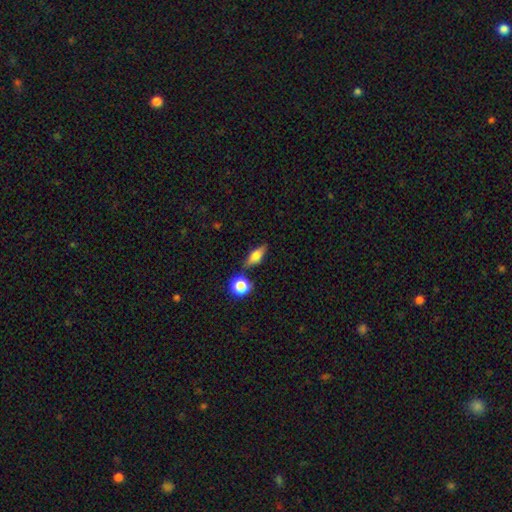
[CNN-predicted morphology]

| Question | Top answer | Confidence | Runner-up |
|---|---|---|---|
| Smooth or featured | smooth | 62% | featured or disk (29%) |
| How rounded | in between | 63% | cigar-shaped (25%) |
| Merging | none | 75% | minor disturbance (13%) |